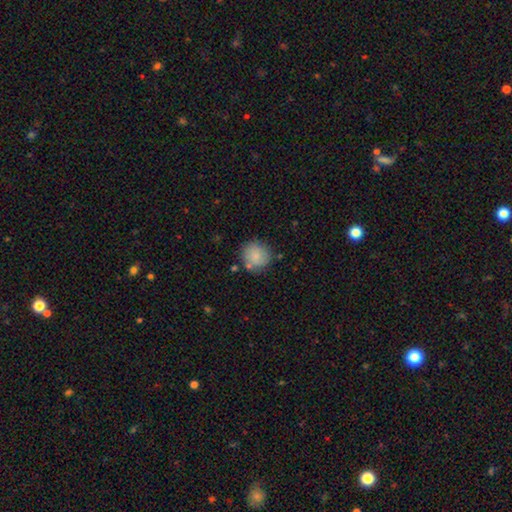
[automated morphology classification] smooth_or_featured: smooth (p=0.81) [alt: featured or disk p=0.12]
how_rounded: round (p=0.90) [alt: in between p=0.09]
merging: none (p=0.74) [alt: minor disturbance p=0.16]